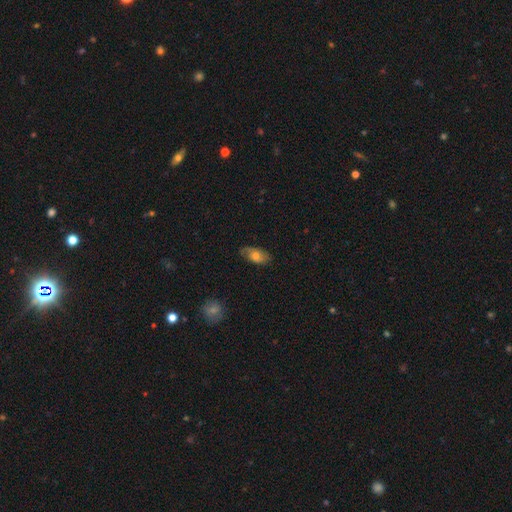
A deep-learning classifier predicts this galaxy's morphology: This is possibly a smooth galaxy (59%). How rounded: clearly in between (90%). Merging: likely none (74%).